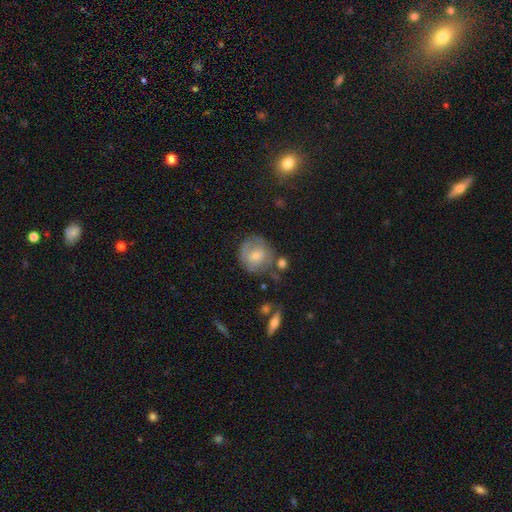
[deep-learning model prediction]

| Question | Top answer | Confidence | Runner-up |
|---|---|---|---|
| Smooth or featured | smooth | 47% | featured or disk (43%) |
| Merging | none | 60% | minor disturbance (23%) |